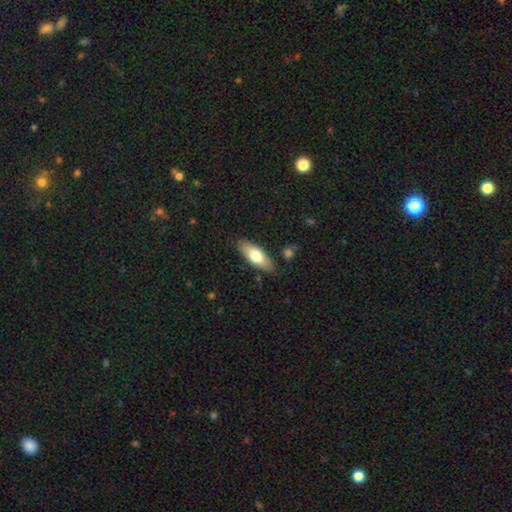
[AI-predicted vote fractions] This is likely a smooth galaxy (69%). How rounded: likely in between (73%). Merging: clearly none (85%).